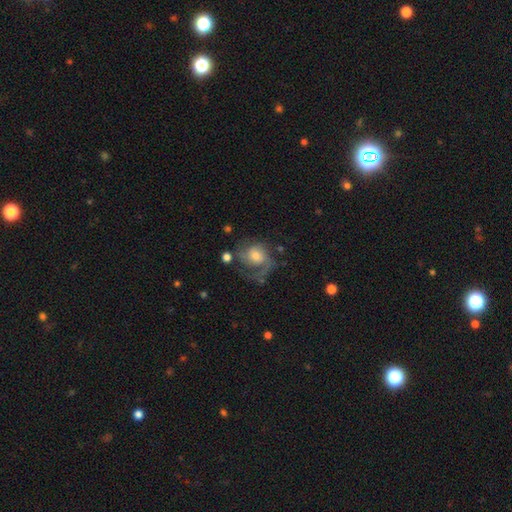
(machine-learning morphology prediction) Overall: featured or disk (76%). Edge-on disk: no (98%). Bar: no (70%). Spiral arms: yes (93%). Spiral arm count: 2 (47%; 1 26%). Spiral winding: medium (45%; tight 33%). Bulge size: moderate (51%; small 32%). Merging: none (54%; major disturbance 23%).